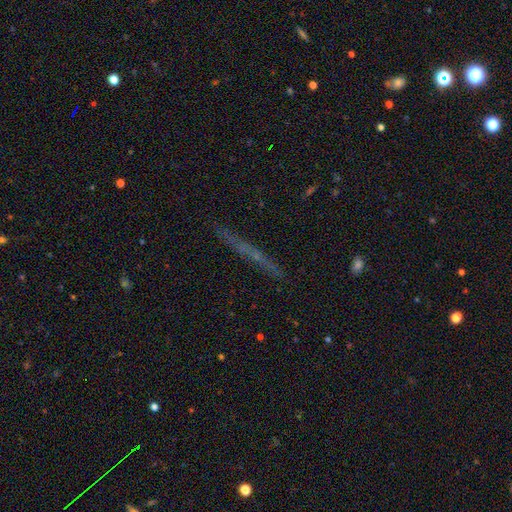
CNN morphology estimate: type=featured or disk (54%); edge-on=yes (92%); merging=none (86%).